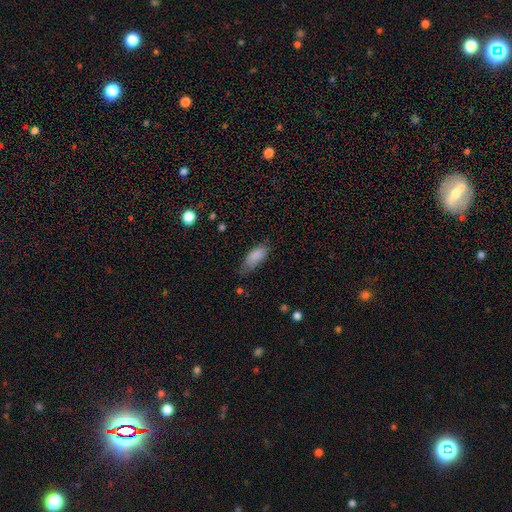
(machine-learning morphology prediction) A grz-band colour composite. It shows a smooth galaxy with no disk features (86%) that is in between round and cigar-shaped (83%). Merging: none (55%).